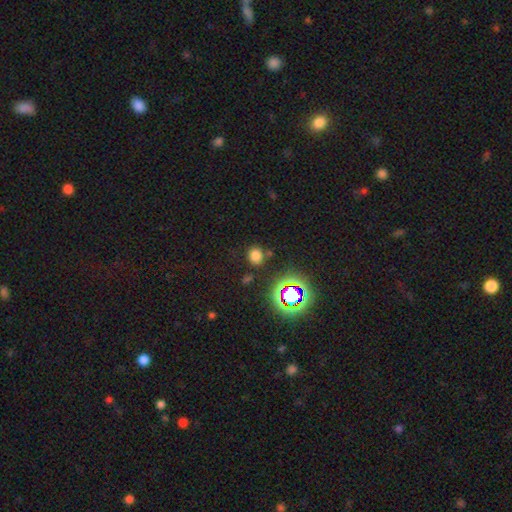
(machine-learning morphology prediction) This appears to be a smooth galaxy with no disk features (69%) that is round (83%). Merging: none (81%).